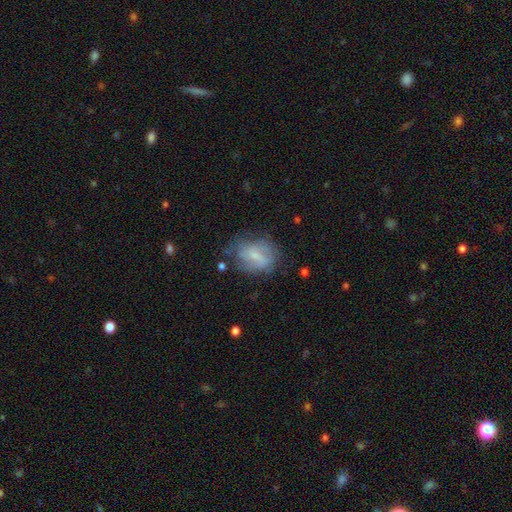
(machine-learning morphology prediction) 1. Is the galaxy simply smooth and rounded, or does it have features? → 49% featured or disk, 42% smooth, 9% star or artifact.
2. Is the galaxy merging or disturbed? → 53% none, 28% minor disturbance, 16% major disturbance, 3% merger.